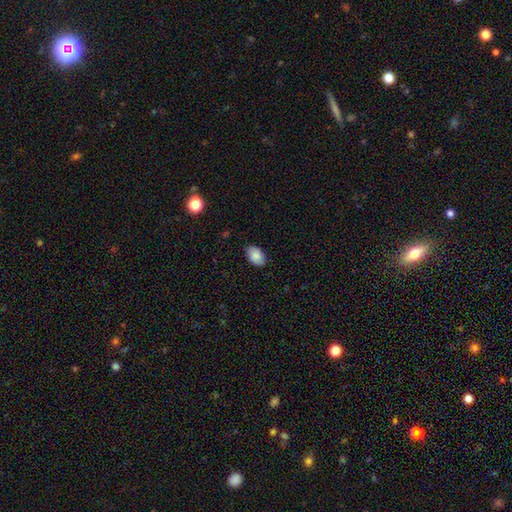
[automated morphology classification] Overall: smooth (86%). How rounded: in between (90%). Merging: none (85%).